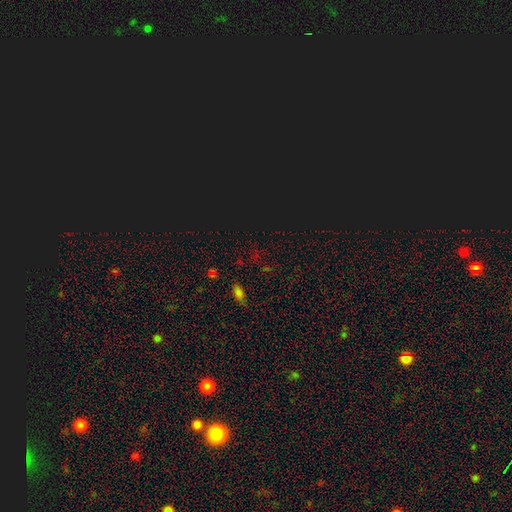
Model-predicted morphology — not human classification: Smooth or featured? star or artifact (73%)